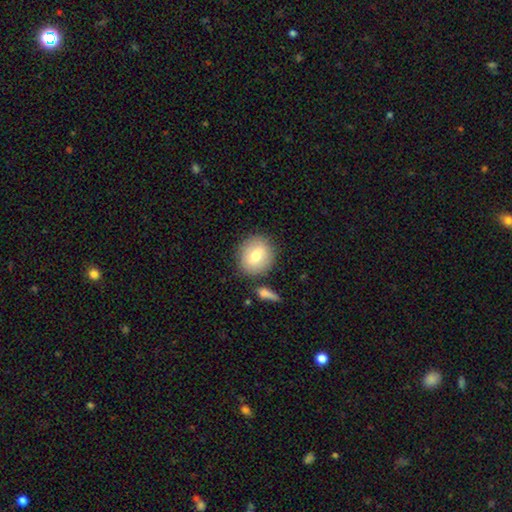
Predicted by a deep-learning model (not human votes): A smooth galaxy with no disk features (73%) that is round (78%).

Vote fractions:
- Smooth or featured? smooth: 73% / featured or disk: 19% / star or artifact: 7%
- How rounded? round: 78% / in between: 21% / cigar-shaped: 1%
- Merging? none: 80% / minor disturbance: 10% / merger: 7% / major disturbance: 3%